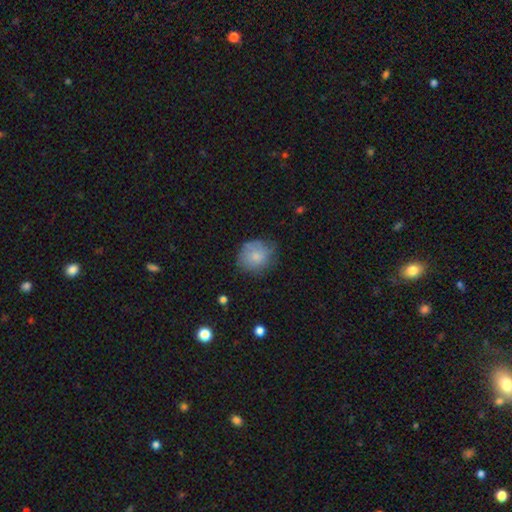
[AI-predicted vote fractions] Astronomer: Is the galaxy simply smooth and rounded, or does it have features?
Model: smooth — 73%.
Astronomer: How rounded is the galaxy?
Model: round — 76%.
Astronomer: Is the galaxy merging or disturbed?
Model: none — 61%.